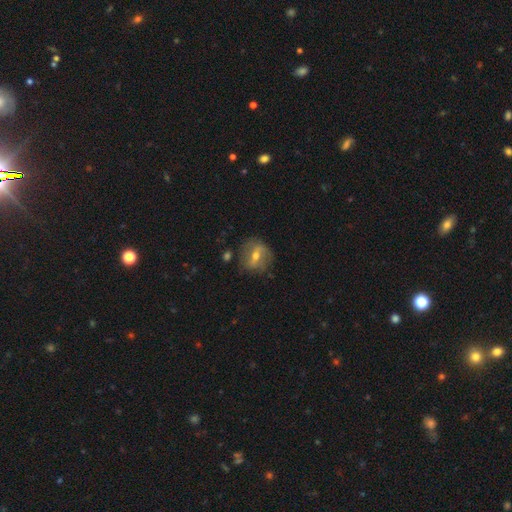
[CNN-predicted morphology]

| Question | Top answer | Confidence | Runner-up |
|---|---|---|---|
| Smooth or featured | featured or disk | 60% | smooth (32%) |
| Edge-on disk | no | 91% | yes (9%) |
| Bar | weak | 41% | tied: strong (41%) |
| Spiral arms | yes | 62% | no (38%) |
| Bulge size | moderate | 64% | small (29%) |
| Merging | none | 71% | minor disturbance (18%) |